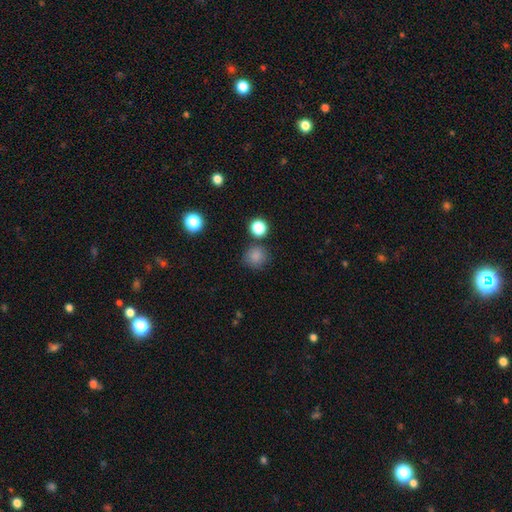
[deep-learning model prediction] Smooth or featured? smooth (83%)
How rounded? round (90%)
Merging? none (80%)